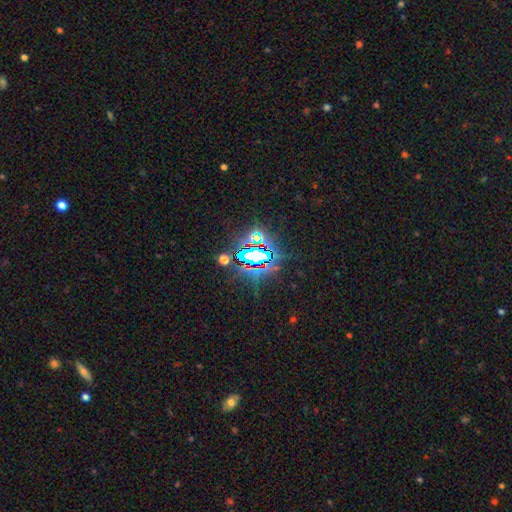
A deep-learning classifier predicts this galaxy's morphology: smooth_or_featured: star or artifact (p=0.76) [alt: smooth p=0.13]